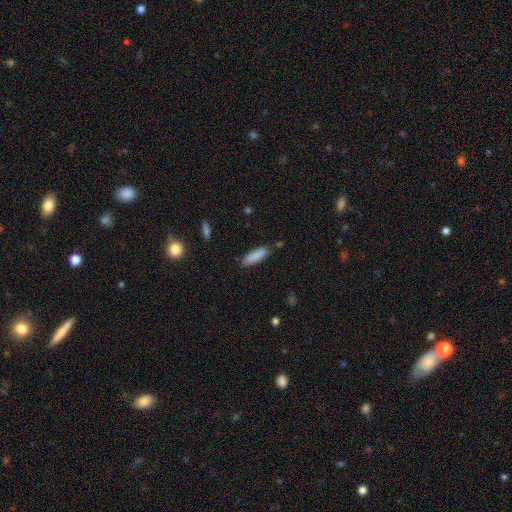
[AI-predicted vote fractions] Morphology: type=smooth (87%); roundness=cigar-shaped (56%); merging=none (80%).